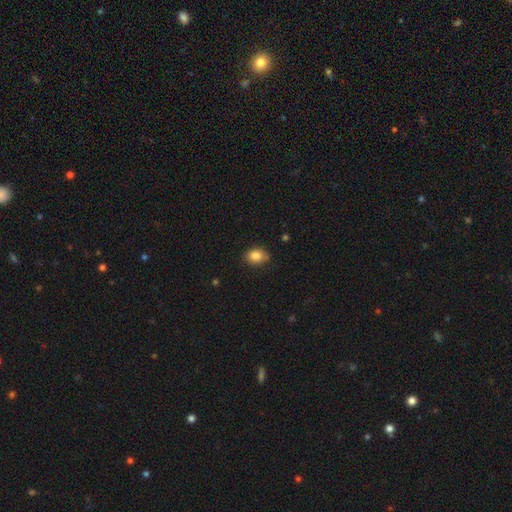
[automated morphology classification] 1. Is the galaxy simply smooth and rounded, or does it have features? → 86% smooth, 9% star or artifact, 5% featured or disk.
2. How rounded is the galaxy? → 62% in between, 37% round, 1% cigar-shaped.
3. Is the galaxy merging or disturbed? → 79% none, 17% minor disturbance, 3% major disturbance, 2% merger.